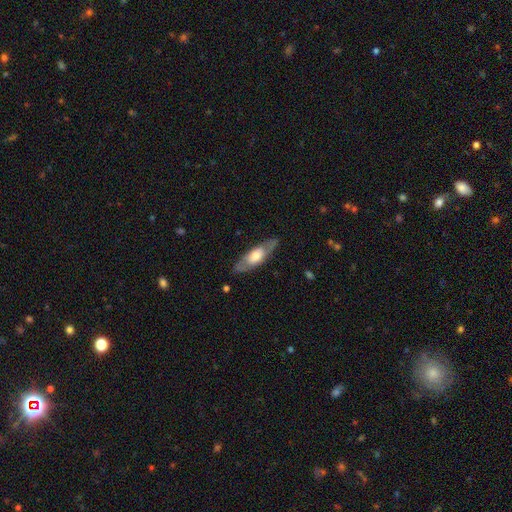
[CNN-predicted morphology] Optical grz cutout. It shows a featured or disk galaxy (53%). Merging: none (80%).